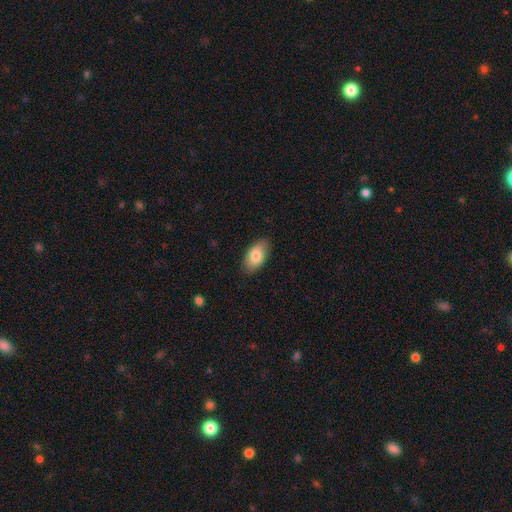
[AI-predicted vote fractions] smooth_or_featured: smooth (p=0.80) [alt: featured or disk p=0.14]
how_rounded: in between (p=0.93) [alt: round p=0.04]
merging: none (p=0.84) [alt: minor disturbance p=0.12]